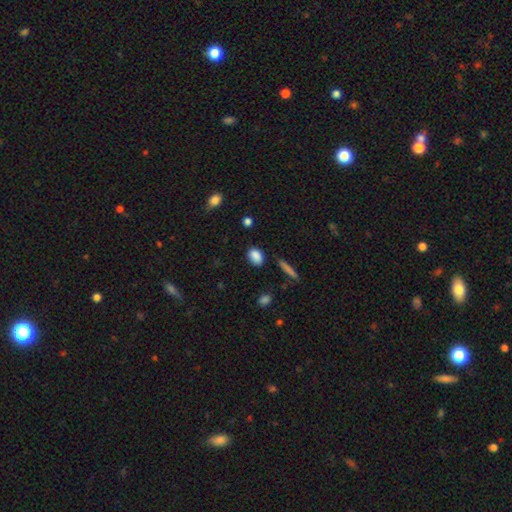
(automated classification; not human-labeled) A smooth galaxy with no disk features (86%) that is in between round and cigar-shaped (79%).

Vote fractions:
- Smooth or featured? smooth: 86% / star or artifact: 8% / featured or disk: 5%
- How rounded? in between: 79% / round: 18% / cigar-shaped: 3%
- Merging? none: 80% / minor disturbance: 14% / major disturbance: 3% / merger: 3%